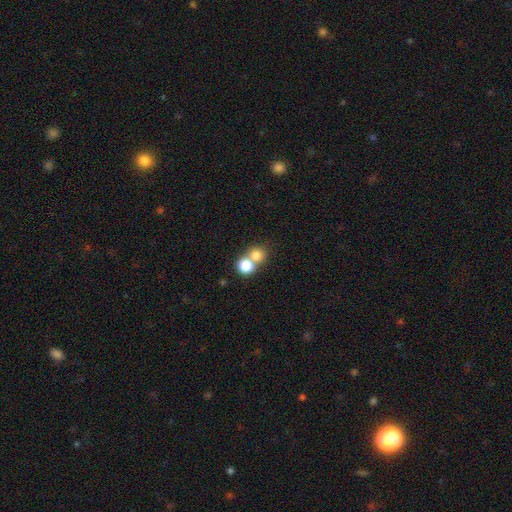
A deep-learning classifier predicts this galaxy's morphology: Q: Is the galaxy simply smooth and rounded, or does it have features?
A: smooth — 78%.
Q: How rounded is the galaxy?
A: round — 81%.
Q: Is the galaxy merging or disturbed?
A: merger — 54%.